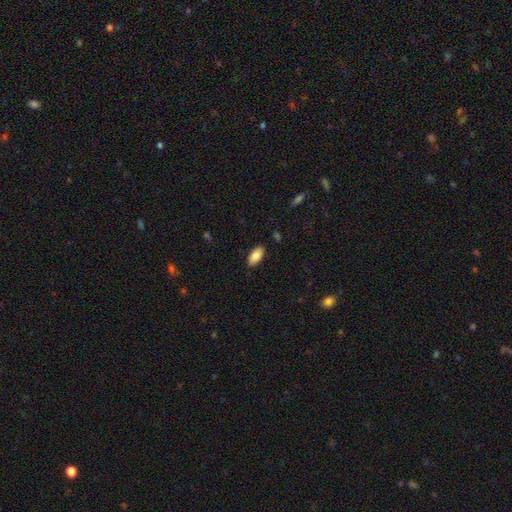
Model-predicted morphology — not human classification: Smooth or featured: smooth — 86% (featured or disk — 7%)
How rounded: in between — 93% (cigar-shaped — 5%)
Merging: none — 87% (minor disturbance — 10%)